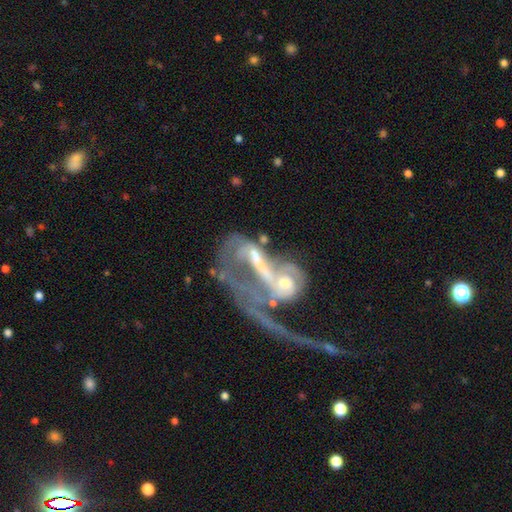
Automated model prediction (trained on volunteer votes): This is likely a featured or disk galaxy (66%). It is clearly not viewed edge-on (89%). Bar: possibly no (53%). Spiral arm pattern: possibly yes (59%). Central bulge: possibly moderate (46%). Merging: likely merger (62%).